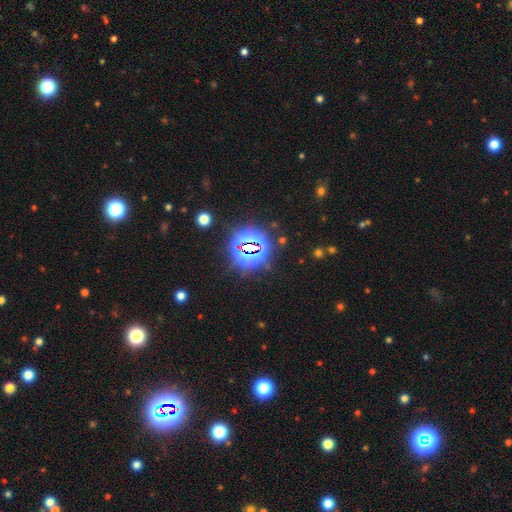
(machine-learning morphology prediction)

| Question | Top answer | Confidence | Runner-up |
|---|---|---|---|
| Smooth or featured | star or artifact | 81% | smooth (12%) |